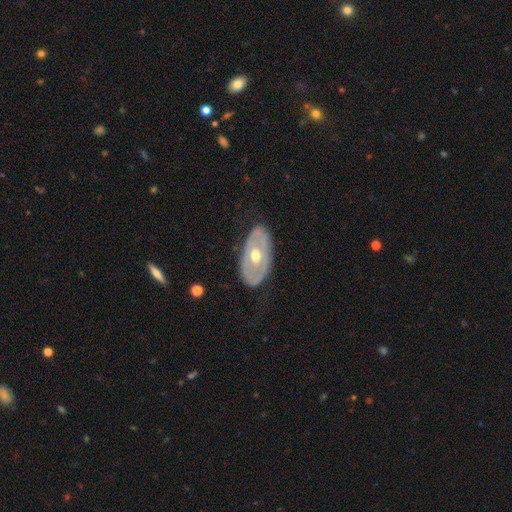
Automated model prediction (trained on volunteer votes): Overall: featured or disk (65%; smooth 29%). Edge-on disk: no (86%). Bar: no (82%). Spiral arms: no (78%). Bulge size: moderate (75%). Merging: none (80%).